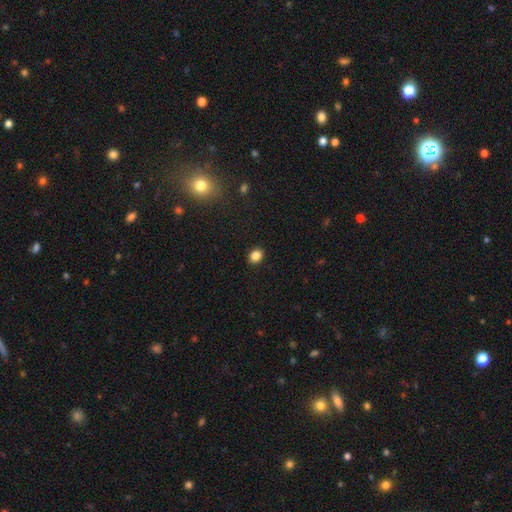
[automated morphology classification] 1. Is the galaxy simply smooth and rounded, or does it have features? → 84% smooth, 11% star or artifact, 4% featured or disk.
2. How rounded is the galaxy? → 59% round, 40% in between, 1% cigar-shaped.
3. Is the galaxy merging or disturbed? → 91% none, 6% minor disturbance, 2% major disturbance, 1% merger.